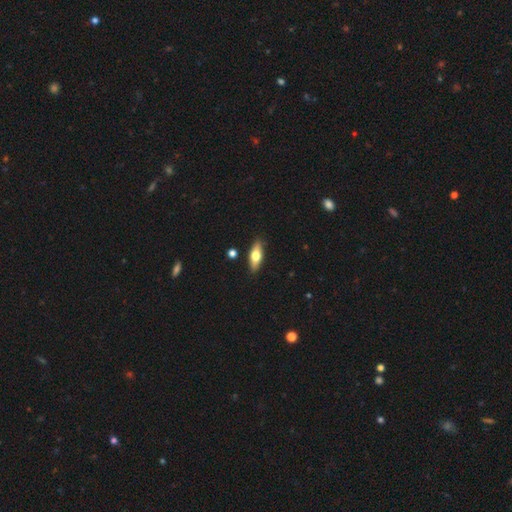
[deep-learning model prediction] This appears to be a smooth galaxy with no disk features (57%) that is in between round and cigar-shaped (61%). Merging: none (88%).